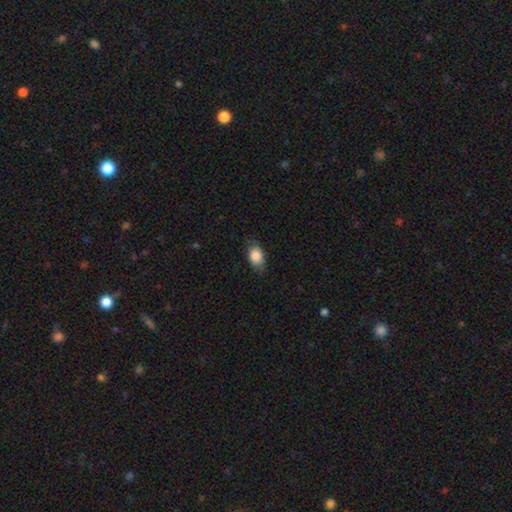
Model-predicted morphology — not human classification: Smooth or featured: smooth — 86% (featured or disk — 7%)
How rounded: in between — 84% (round — 14%)
Merging: none — 74% (minor disturbance — 20%)